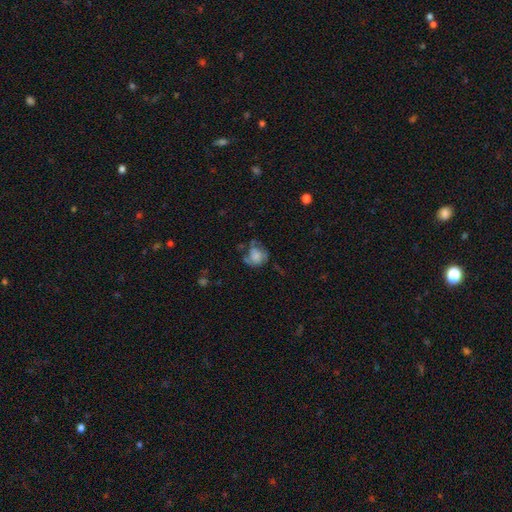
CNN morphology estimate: A smooth galaxy with no disk features (55%) that is round (69%).

Vote fractions:
- Smooth or featured? smooth: 55% / featured or disk: 35% / star or artifact: 10%
- How rounded? round: 69% / in between: 30% / cigar-shaped: 1%
- Merging? none: 41% / minor disturbance: 28% / major disturbance: 25% / merger: 7%